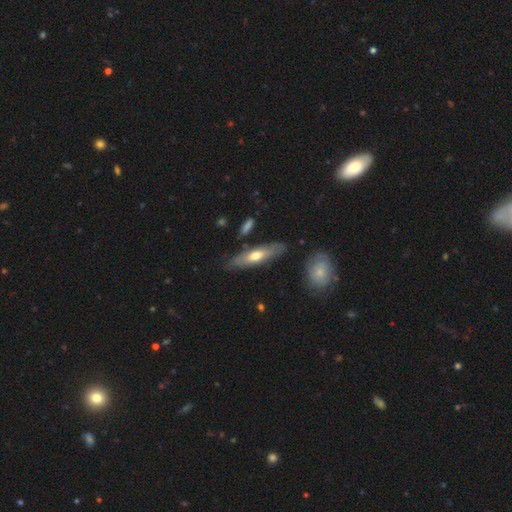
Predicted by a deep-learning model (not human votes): Morphology: type=featured or disk (48%); merging=none (79%).